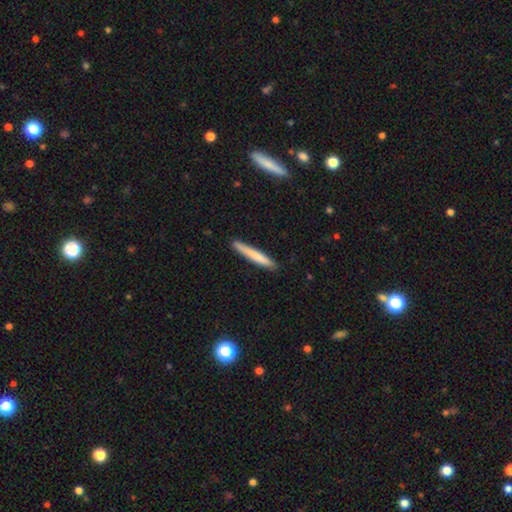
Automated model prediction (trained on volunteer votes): smooth 75%, featured or disk 19%, star or artifact 6%. Down the decision tree: how rounded — cigar-shaped (96%); merging — none (87%).